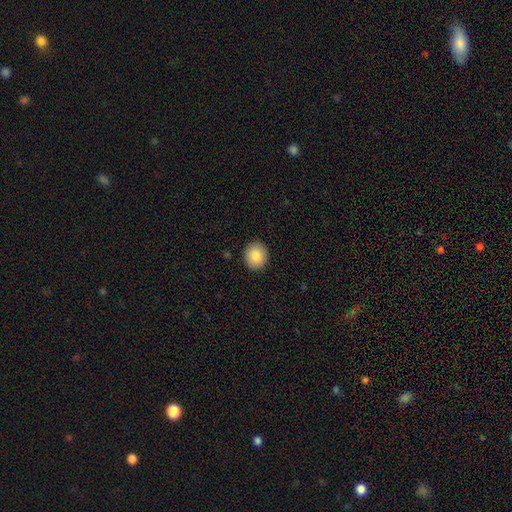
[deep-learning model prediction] A smooth galaxy with no disk features (85%) that is round (78%). Merging: none (91%).